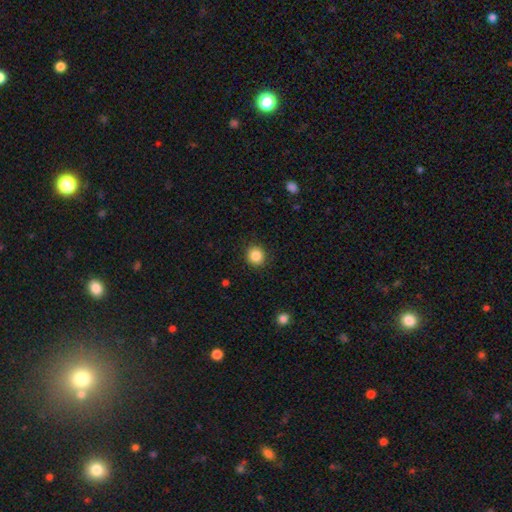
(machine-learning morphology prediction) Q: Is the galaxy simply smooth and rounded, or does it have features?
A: smooth — 86%.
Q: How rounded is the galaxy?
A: round — 88%.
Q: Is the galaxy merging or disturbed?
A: none — 90%.